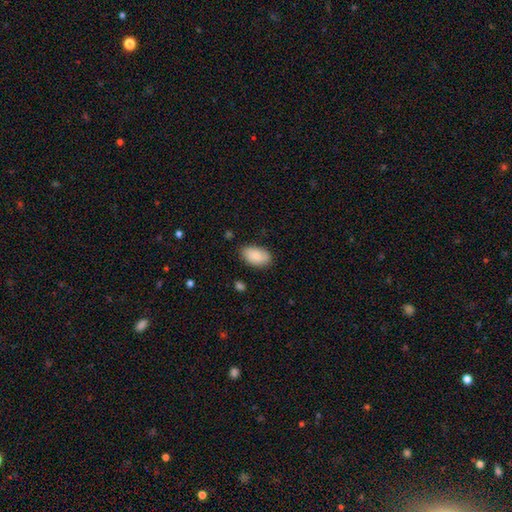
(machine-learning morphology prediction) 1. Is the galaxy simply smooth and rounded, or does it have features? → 84% smooth, 10% featured or disk, 6% star or artifact.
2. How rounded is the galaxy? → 94% in between, 5% round, 2% cigar-shaped.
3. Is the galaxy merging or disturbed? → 81% none, 15% minor disturbance, 3% major disturbance, 1% merger.